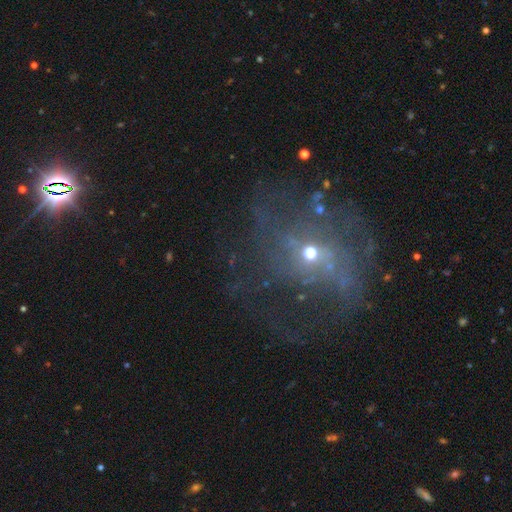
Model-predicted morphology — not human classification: This is likely a featured or disk galaxy (61%). It is clearly not viewed edge-on (96%). Bar: likely no (71%). Spiral arm pattern: possibly yes (59%). Central bulge: likely small (68%). Merging: possibly none (57%).